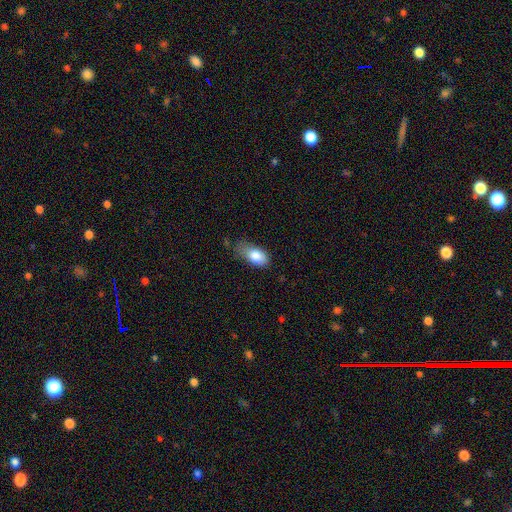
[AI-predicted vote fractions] Smooth or featured: smooth — 83% (featured or disk — 9%)
How rounded: in between — 91% (round — 5%)
Merging: minor disturbance — 43% (none — 37%)